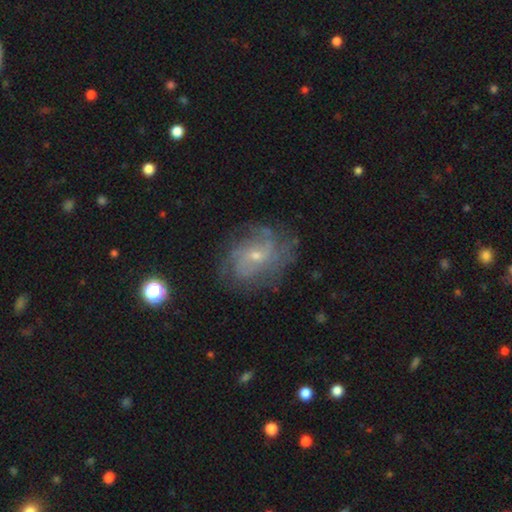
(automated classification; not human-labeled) This is likely a featured or disk galaxy (78%). It is clearly not viewed edge-on (97%). Bar: likely no (64%). Spiral arm pattern: clearly yes (91%). Spiral arm count: marginally can't tell (38%). Spiral winding: marginally tight (42%). Central bulge: likely small (72%). Merging: likely none (71%).